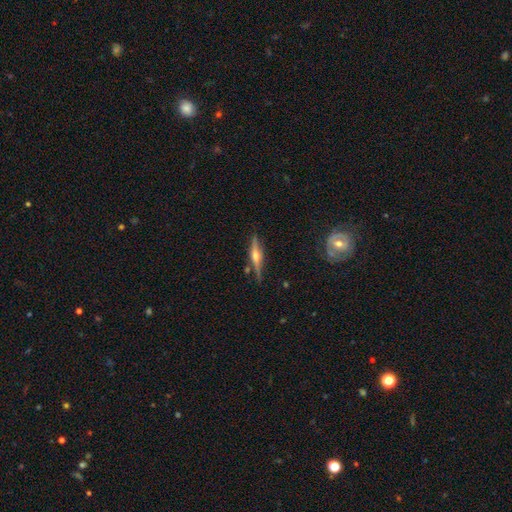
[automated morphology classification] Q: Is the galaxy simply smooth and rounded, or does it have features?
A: featured or disk — 75%.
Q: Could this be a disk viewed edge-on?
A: yes — 97%.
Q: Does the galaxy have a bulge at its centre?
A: rounded — 90%.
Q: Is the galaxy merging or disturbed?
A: none — 82%.